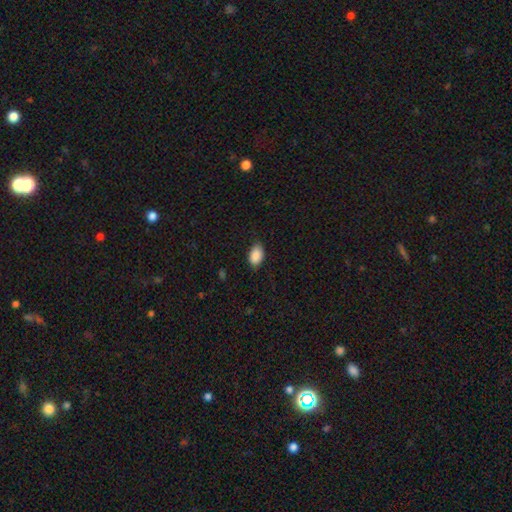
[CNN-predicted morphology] smooth-or-featured: smooth: 90% | star or artifact: 7% | featured or disk: 3%
  how-rounded: in between: 91% | round: 8% | cigar-shaped: 1%
  merging: none: 81% | minor disturbance: 15% | major disturbance: 3% | merger: 1%